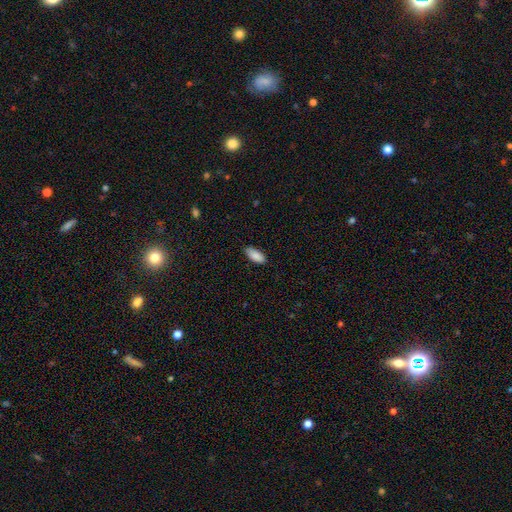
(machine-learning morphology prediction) This appears to be a smooth galaxy with no disk features (90%) that is in between round and cigar-shaped (87%). Merging: none (85%).